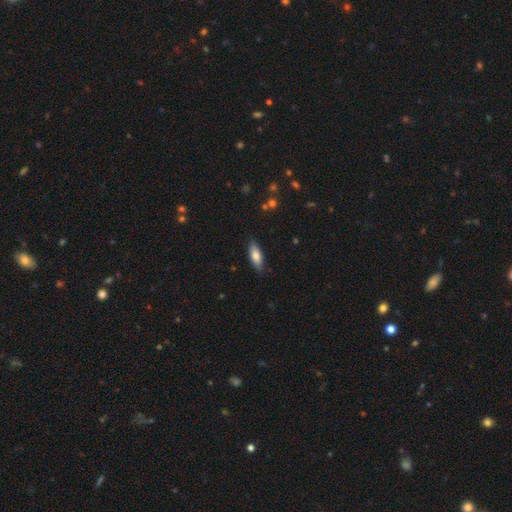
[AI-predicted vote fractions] Smooth or featured? Predicted: smooth (p=0.75). How rounded? Predicted: in between (p=0.65). Merging? Predicted: none (p=0.85).